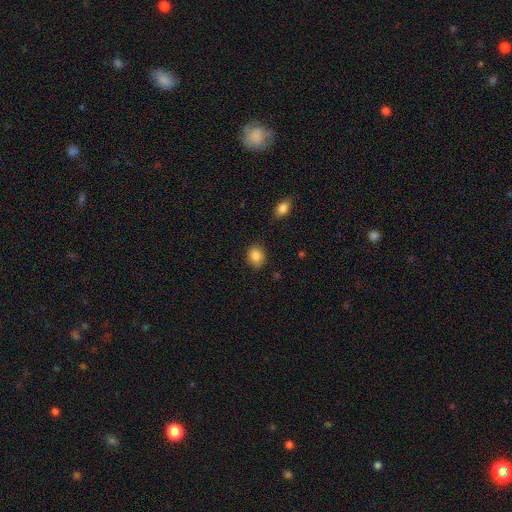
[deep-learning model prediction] A smooth galaxy with no disk features (86%) that is round (55%).

Vote fractions:
- Smooth or featured? smooth: 86% / star or artifact: 9% / featured or disk: 5%
- How rounded? round: 55% / in between: 44% / cigar-shaped: 1%
- Merging? none: 80% / minor disturbance: 15% / major disturbance: 3% / merger: 2%